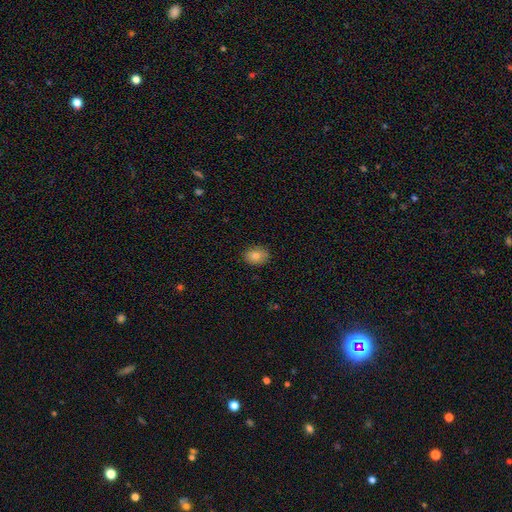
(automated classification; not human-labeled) Smooth or featured? smooth (82%)
How rounded? in between (76%)
Merging? none (86%)